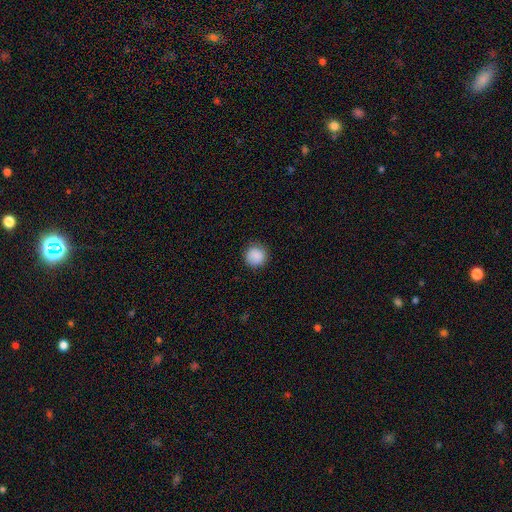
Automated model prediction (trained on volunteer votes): A smooth galaxy with no disk features (89%) that is round (94%).

Vote fractions:
- Smooth or featured? smooth: 89% / star or artifact: 8% / featured or disk: 3%
- How rounded? round: 94% / in between: 5% / cigar-shaped: 1%
- Merging? none: 87% / minor disturbance: 9% / major disturbance: 3% / merger: 1%